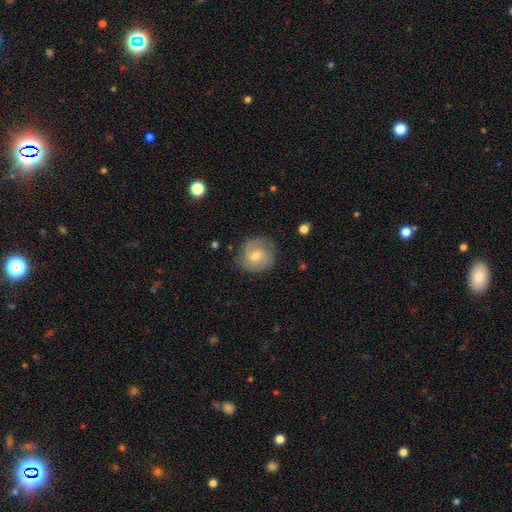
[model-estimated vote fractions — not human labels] featured or disk 64%, smooth 29%, star or artifact 6%. Down the decision tree: edge-on disk — no (98%); bar — weak (47%); spiral arms — yes (91%); spiral arm count — 2 (68%); spiral winding — medium (44%); bulge size — moderate (53%); merging — none (77%).